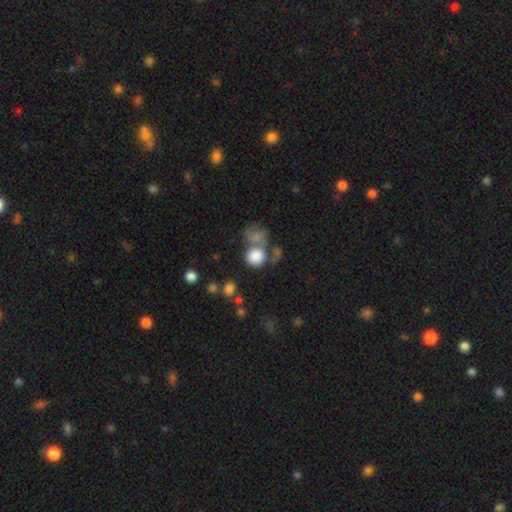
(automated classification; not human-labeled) smooth 82%, star or artifact 9%, featured or disk 9%. Down the decision tree: how rounded — round (81%); merging — none (41%).